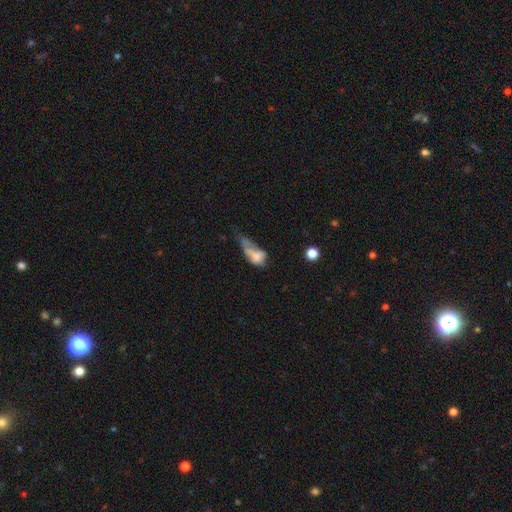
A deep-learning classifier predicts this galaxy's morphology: smooth-or-featured: smooth: 57% | featured or disk: 31% | star or artifact: 11%
  how-rounded: in between: 77% | cigar-shaped: 13% | round: 10%
  merging: major disturbance: 44% | minor disturbance: 21% | merger: 20% | none: 15%